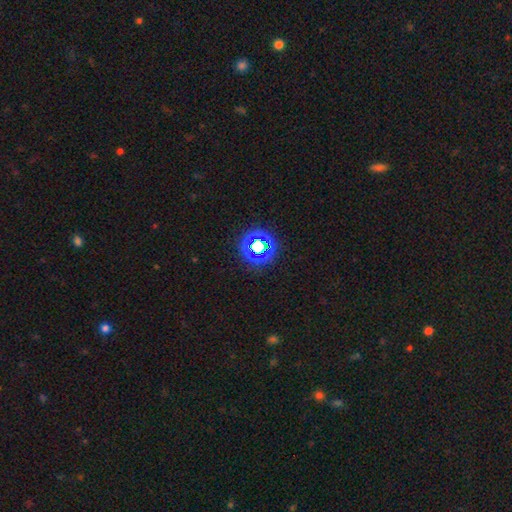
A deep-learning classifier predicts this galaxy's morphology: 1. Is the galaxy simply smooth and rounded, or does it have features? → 58% star or artifact, 36% smooth, 6% featured or disk.